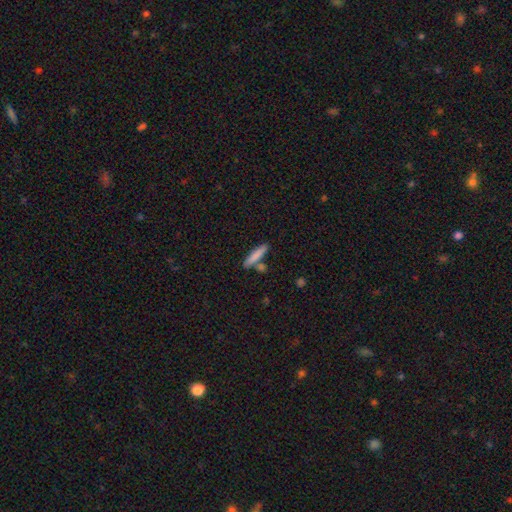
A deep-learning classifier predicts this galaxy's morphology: Smooth or featured? Predicted: smooth (p=0.79). How rounded? Predicted: cigar-shaped (p=0.86). Merging? Predicted: none (p=0.76).